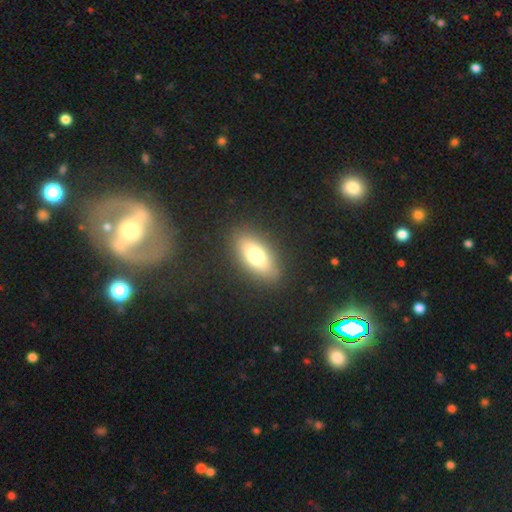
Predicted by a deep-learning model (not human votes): Morphology: type=smooth (69%); roundness=in between (82%); merging=none (86%).